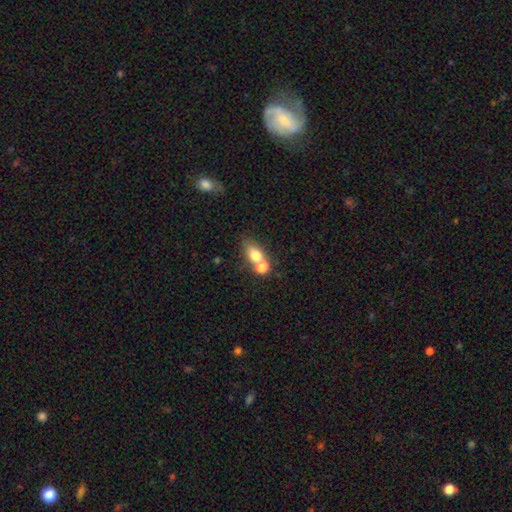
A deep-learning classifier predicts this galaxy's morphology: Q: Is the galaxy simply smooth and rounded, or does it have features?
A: smooth — 71%.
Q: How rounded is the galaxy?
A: in between — 57%.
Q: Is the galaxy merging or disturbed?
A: merger — 52%.